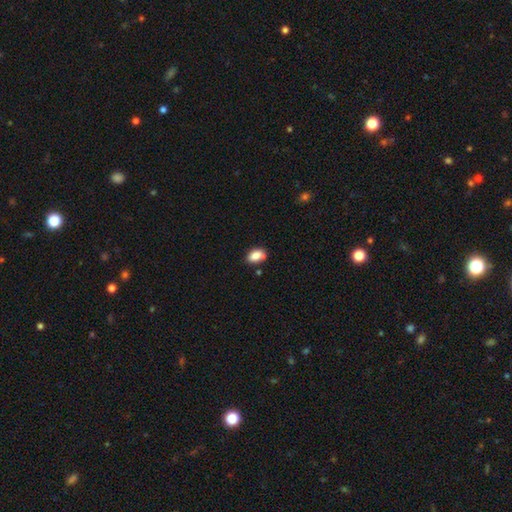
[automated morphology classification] Smooth or featured? smooth (83%)
How rounded? in between (87%)
Merging? none (68%)